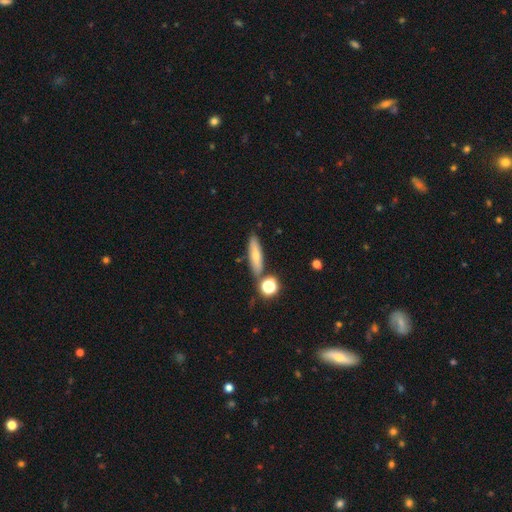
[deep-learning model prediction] smooth-or-featured: smooth: 62% | featured or disk: 29% | star or artifact: 9%
  how-rounded: cigar-shaped: 68% | in between: 28% | round: 4%
  merging: none: 77% | minor disturbance: 11% | merger: 9% | major disturbance: 3%